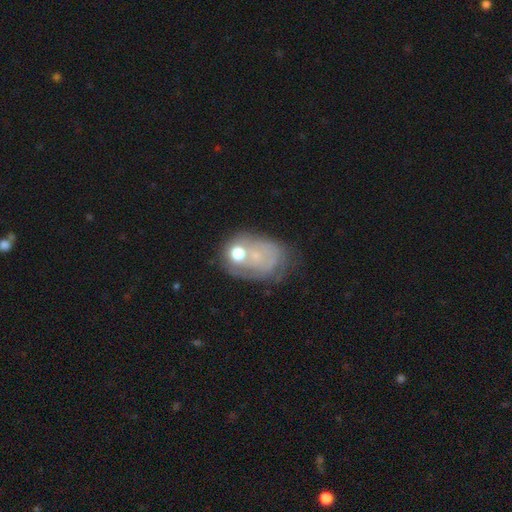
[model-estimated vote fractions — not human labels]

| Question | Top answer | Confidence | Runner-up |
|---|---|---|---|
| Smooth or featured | featured or disk | 53% | smooth (32%) |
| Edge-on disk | no | 96% | yes (4%) |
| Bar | no | 85% | weak (12%) |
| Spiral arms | no | 50% | tied: yes (50%) |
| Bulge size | small | 51% | moderate (29%) |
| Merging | none | 38% | minor disturbance (22%) |